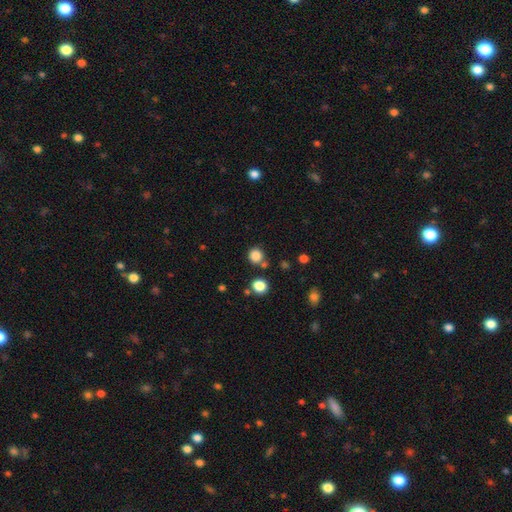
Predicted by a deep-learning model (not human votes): smooth-or-featured: smooth: 84% | star or artifact: 12% | featured or disk: 4%
  how-rounded: round: 90% | in between: 9% | cigar-shaped: 1%
  merging: none: 77% | merger: 11% | minor disturbance: 9% | major disturbance: 3%